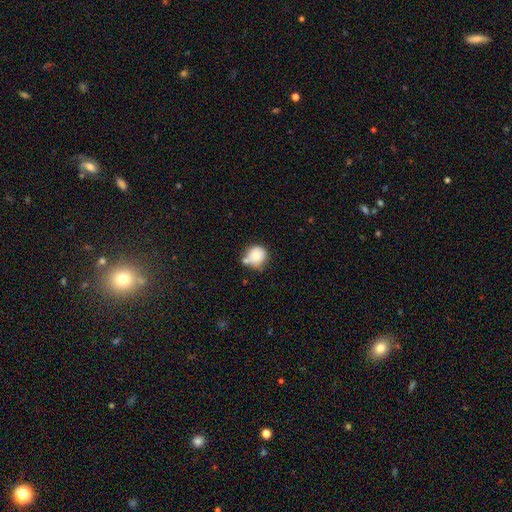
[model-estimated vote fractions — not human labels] A smooth galaxy with no disk features (80%) that is round (85%). Merging: none (52%).